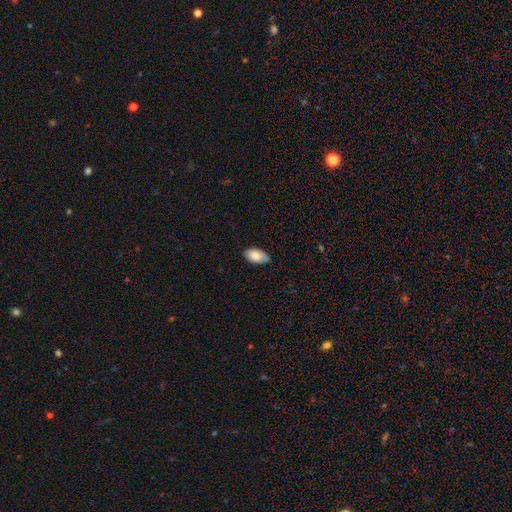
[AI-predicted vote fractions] smooth_or_featured: smooth (p=0.81) [alt: featured or disk p=0.12]
how_rounded: in between (p=0.95) [alt: round p=0.04]
merging: none (p=0.78) [alt: minor disturbance p=0.18]